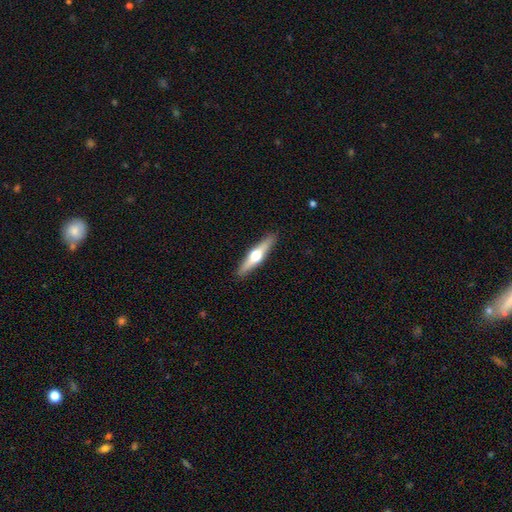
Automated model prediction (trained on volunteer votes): featured or disk 61%, smooth 34%, star or artifact 5%. Down the decision tree: edge-on disk — yes (96%); edge-on bulge — rounded (95%); merging — none (91%).